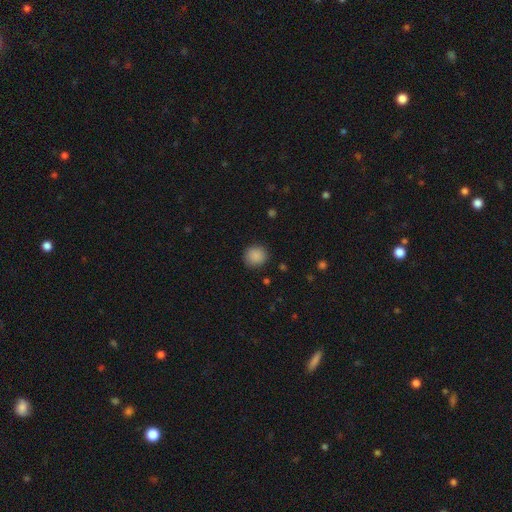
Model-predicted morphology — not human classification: smooth_or_featured: smooth (p=0.88) [alt: star or artifact p=0.09]
how_rounded: round (p=0.92) [alt: in between p=0.07]
merging: none (p=0.89) [alt: minor disturbance p=0.08]